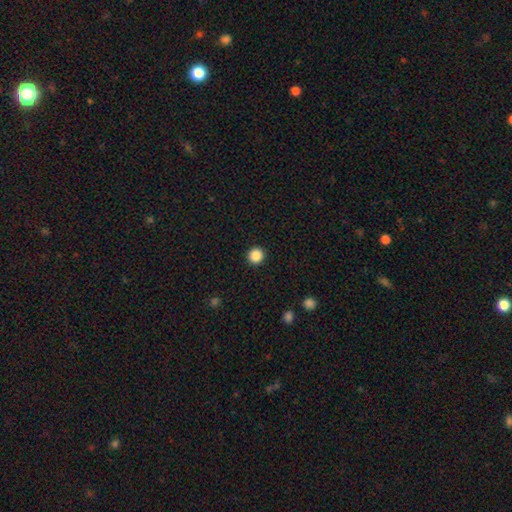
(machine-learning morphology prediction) smooth 87%, star or artifact 10%, featured or disk 3%. Down the decision tree: how rounded — round (95%); merging — none (93%).